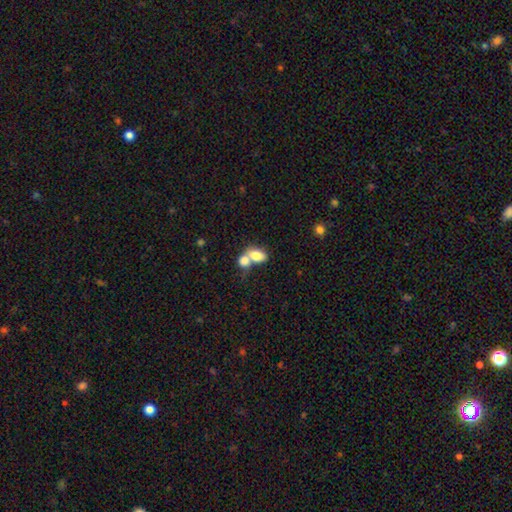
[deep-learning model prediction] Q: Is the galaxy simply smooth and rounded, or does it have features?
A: smooth — 78%.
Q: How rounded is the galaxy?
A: in between — 83%.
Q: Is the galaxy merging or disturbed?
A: merger — 66%.